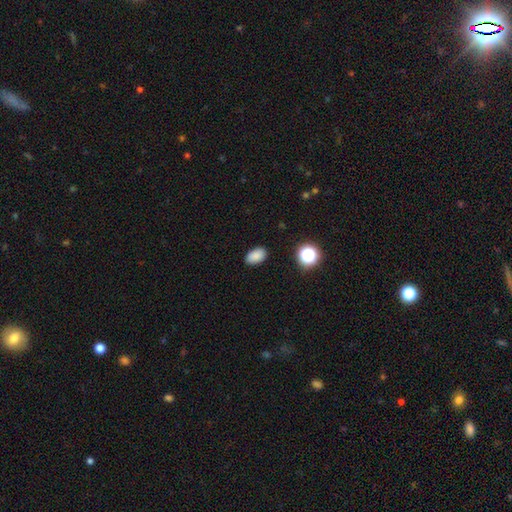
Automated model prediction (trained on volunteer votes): smooth-or-featured: smooth: 86% | star or artifact: 11% | featured or disk: 4%
  how-rounded: in between: 89% | round: 10% | cigar-shaped: 1%
  merging: none: 88% | minor disturbance: 9% | major disturbance: 2% | merger: 1%